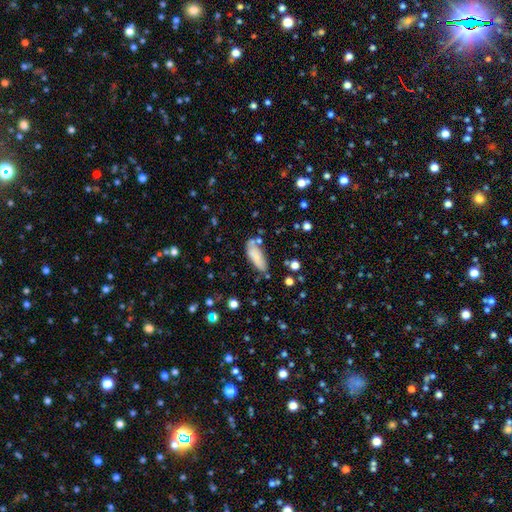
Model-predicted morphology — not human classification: smooth 78%, featured or disk 14%, star or artifact 8%. Down the decision tree: how rounded — in between (73%); merging — none (61%).